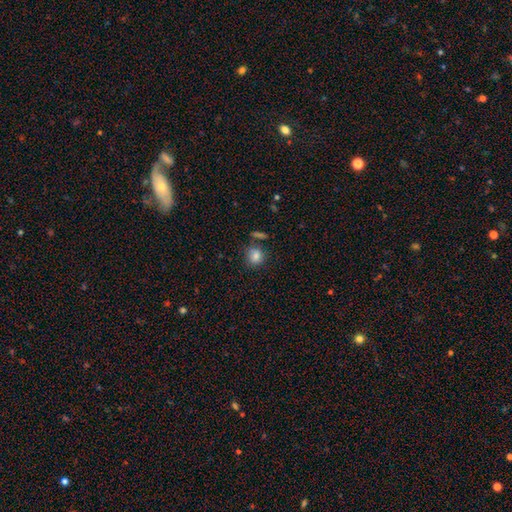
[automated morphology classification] smooth-or-featured: smooth: 83% | star or artifact: 10% | featured or disk: 7%
  how-rounded: round: 79% | in between: 20% | cigar-shaped: 1%
  merging: none: 72% | minor disturbance: 14% | merger: 9% | major disturbance: 4%